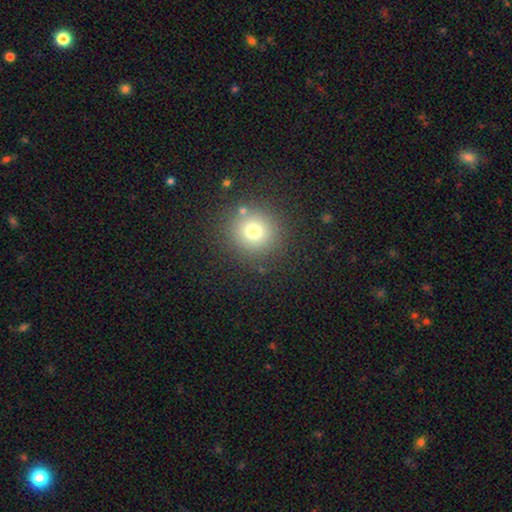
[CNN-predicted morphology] This appears to be a smooth galaxy with no disk features (67%) that is round (94%). Merging: none (90%).